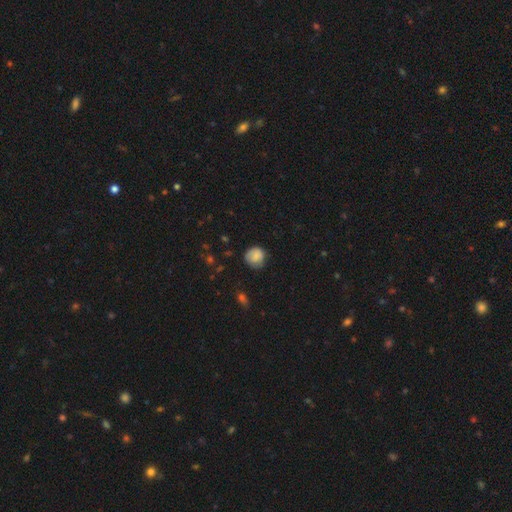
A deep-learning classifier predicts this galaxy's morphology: The model was most divided on "merging": none: 70%, minor disturbance: 24%, major disturbance: 5%, merger: 1%. More confident: how rounded — round (87%); smooth or featured — smooth (82%).